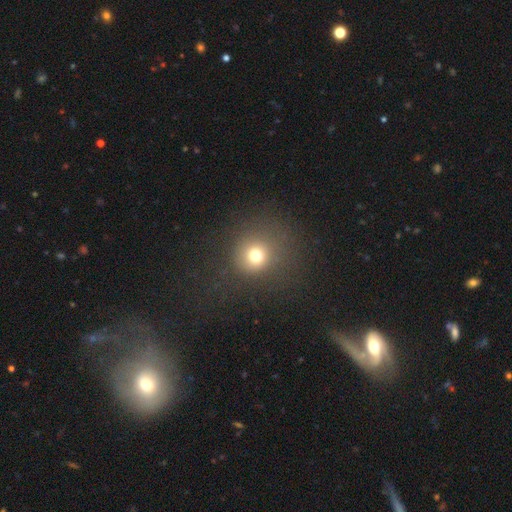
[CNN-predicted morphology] Overall: smooth (73%). How rounded: round (88%). Merging: none (80%).